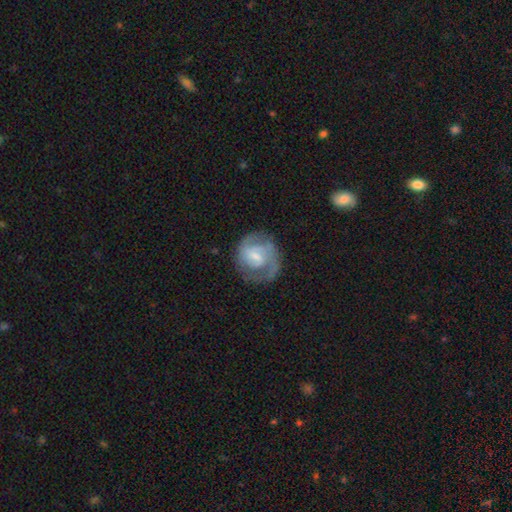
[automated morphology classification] Smooth or featured?
  - featured or disk: 74% *
  - smooth: 20%
  - star or artifact: 6%
Edge-on disk?
  - no: 98% *
  - yes: 2%
Bar?
  - weak: 57% *
  - no: 30%
  - strong: 14%
Spiral arms?
  - yes: 91% *
  - no: 9%
Spiral winding?
  - medium: 43% * (tied)
  - tight: 43% * (tied)
  - loose: 14%
Spiral arm count?
  - 2: 53% *
  - can't tell: 18%
  - 1: 17%
  - 3: 8%
  - 4: 2%
  - more than 4: 2%
Bulge size?
  - small: 45% *
  - moderate: 31%
  - none: 18%
  - large: 5%
  - dominant: 1%
Merging?
  - none: 65% *
  - minor disturbance: 19%
  - major disturbance: 14%
  - merger: 2%